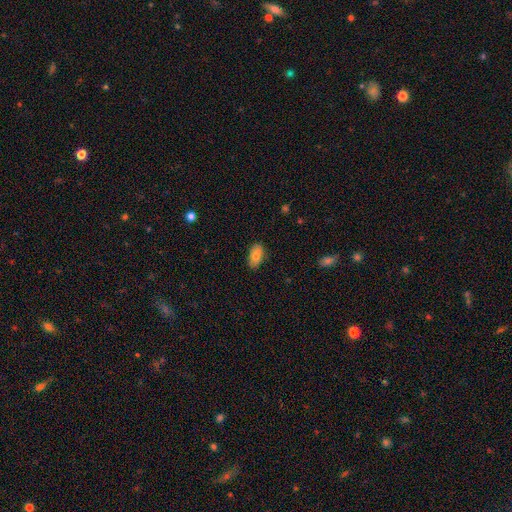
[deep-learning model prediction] This appears to be a smooth galaxy with no disk features (80%) that is in between round and cigar-shaped (92%). Merging: none (82%).